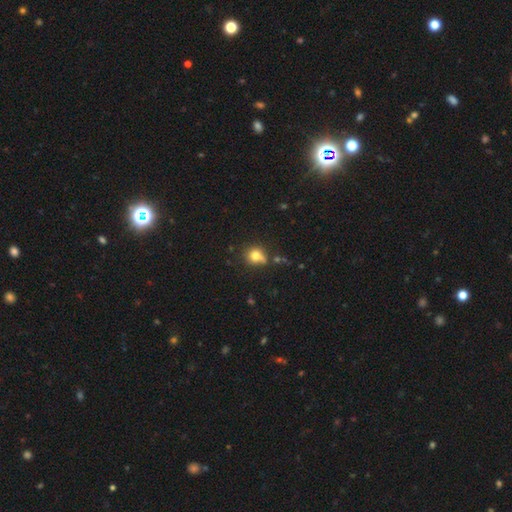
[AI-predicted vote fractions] smooth 77%, star or artifact 13%, featured or disk 10%. Down the decision tree: how rounded — round (82%); merging — none (56%).